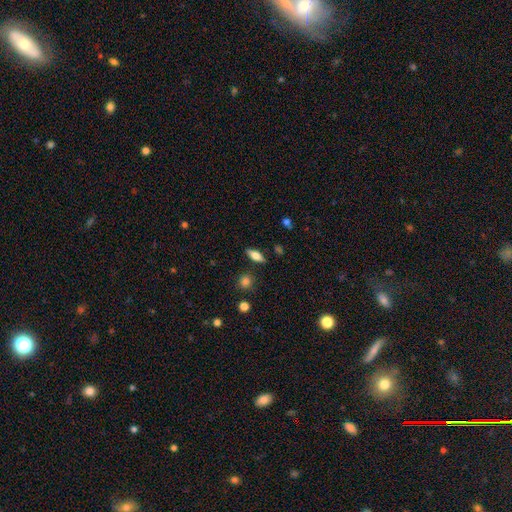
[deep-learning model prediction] smooth-or-featured: smooth: 64% | featured or disk: 27% | star or artifact: 8%
  how-rounded: in between: 69% | cigar-shaped: 27% | round: 4%
  merging: none: 85% | minor disturbance: 10% | major disturbance: 3% | merger: 2%